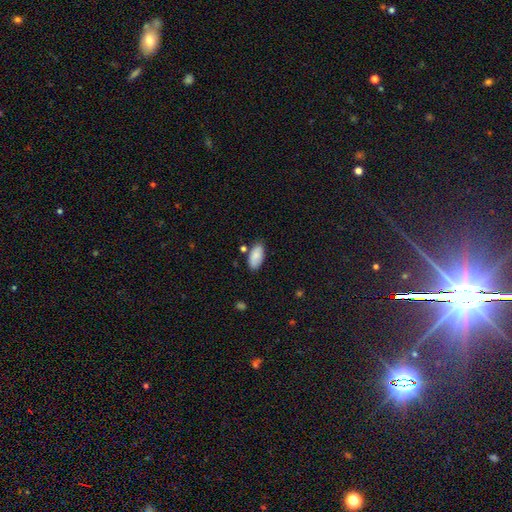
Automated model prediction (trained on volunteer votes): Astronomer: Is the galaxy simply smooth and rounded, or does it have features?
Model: smooth — 85%.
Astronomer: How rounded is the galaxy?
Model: in between — 94%.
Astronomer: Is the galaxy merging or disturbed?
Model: none — 76%.